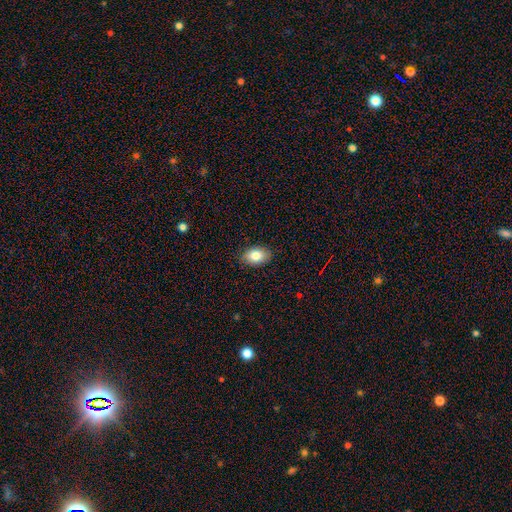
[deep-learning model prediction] Smooth or featured?
  - smooth: 82% *
  - featured or disk: 11%
  - star or artifact: 8%
How rounded?
  - in between: 87% *
  - round: 12%
  - cigar-shaped: 1%
Merging?
  - none: 86% *
  - minor disturbance: 10%
  - major disturbance: 2%
  - merger: 1%